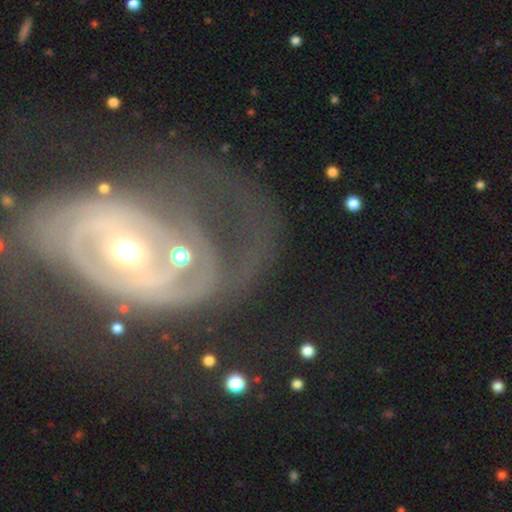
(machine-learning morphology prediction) type=featured or disk (74%); edge-on=no (95%); bar=no (57%); spiral arms=yes (69%); bulge=moderate (57%); merging=none (43%).